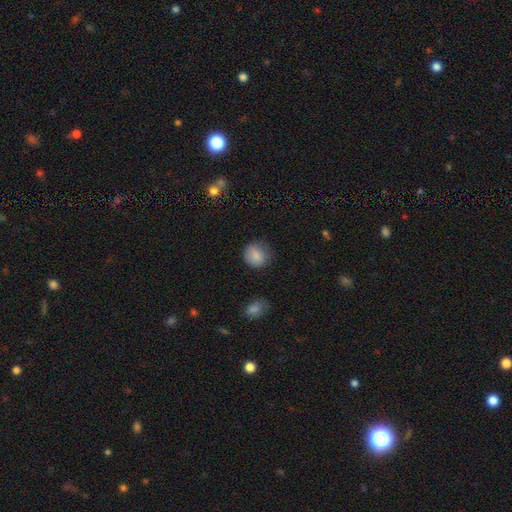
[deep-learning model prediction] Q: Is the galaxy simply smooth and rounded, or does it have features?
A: smooth — 85%.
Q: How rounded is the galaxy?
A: round — 84%.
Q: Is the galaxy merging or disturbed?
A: none — 75%.